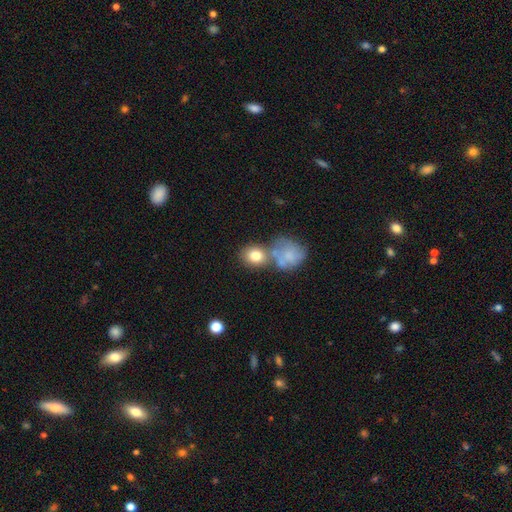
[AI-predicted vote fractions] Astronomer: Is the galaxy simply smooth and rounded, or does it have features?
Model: smooth — 78%.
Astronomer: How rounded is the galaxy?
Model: round — 59% (runner-up: in between, 39%).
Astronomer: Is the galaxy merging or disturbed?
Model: none — 48% (runner-up: merger, 34%).